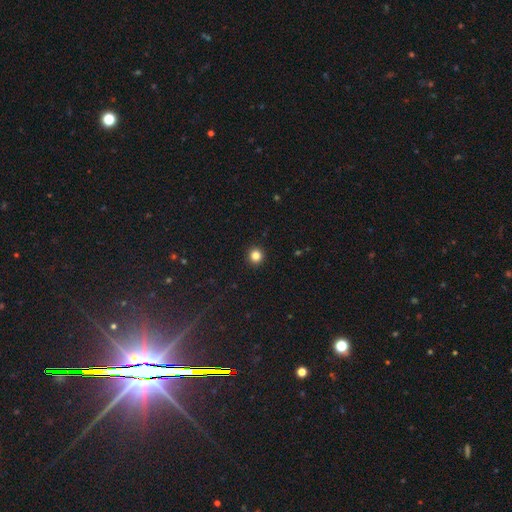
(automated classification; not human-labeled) smooth-or-featured: smooth: 84% | star or artifact: 12% | featured or disk: 4%
  how-rounded: round: 94% | in between: 5% | cigar-shaped: 1%
  merging: none: 94% | minor disturbance: 4% | major disturbance: 1% | merger: 1%